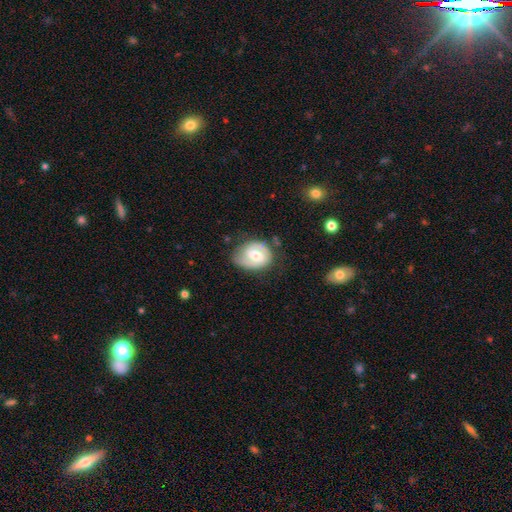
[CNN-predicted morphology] Overall: featured or disk (64%; smooth 30%). Edge-on disk: no (97%). Bar: weak (50%; no 31%). Spiral arms: yes (81%). Spiral arm count: 2 (69%). Spiral winding: tight (44%; medium 40%). Bulge size: moderate (68%). Merging: none (63%; minor disturbance 26%).